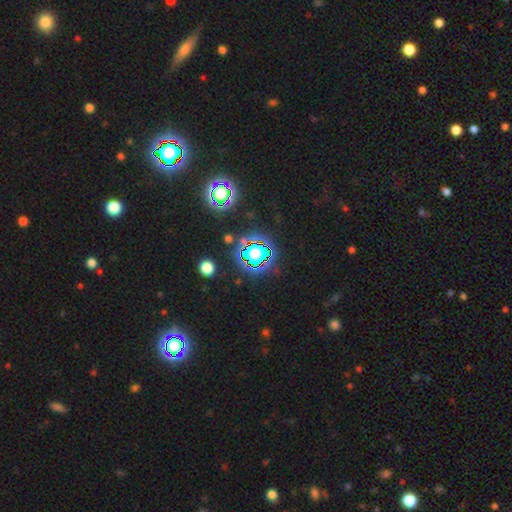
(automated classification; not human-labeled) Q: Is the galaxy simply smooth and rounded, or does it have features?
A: star or artifact — 65%.